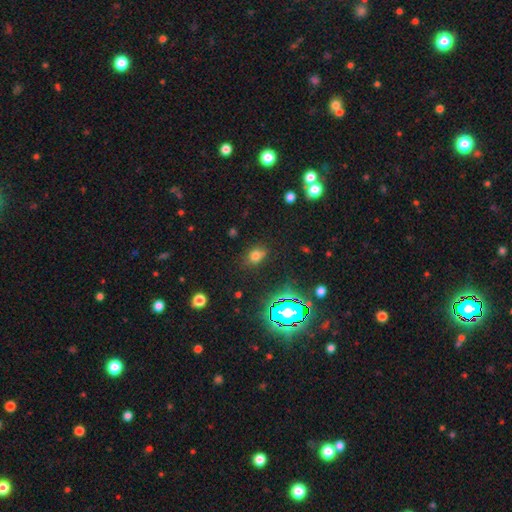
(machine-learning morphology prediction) smooth_or_featured: smooth (p=0.67) [alt: star or artifact p=0.24]
how_rounded: in between (p=0.60) [alt: round p=0.38]
merging: none (p=0.78) [alt: minor disturbance p=0.14]